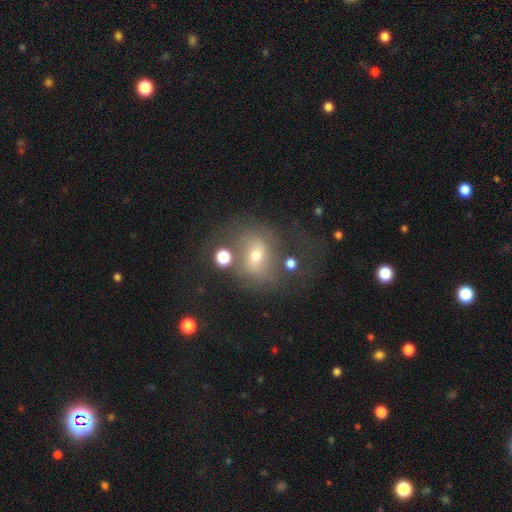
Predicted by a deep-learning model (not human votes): The model was most divided on "smooth or featured": smooth: 47%, featured or disk: 38%, star or artifact: 15%. Remaining: merging — none (43%).